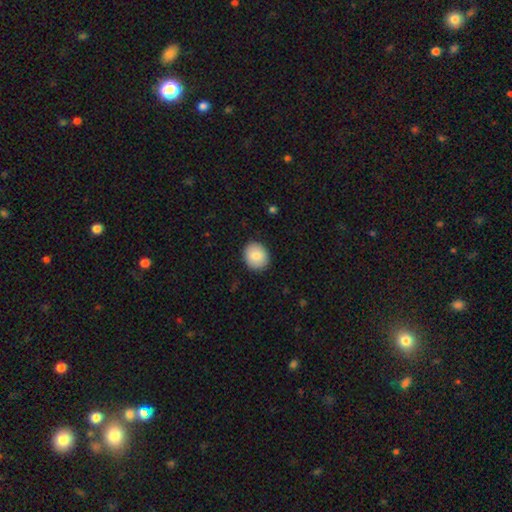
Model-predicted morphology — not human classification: Smooth or featured: smooth — 86% (featured or disk — 7%)
How rounded: round — 72% (in between — 27%)
Merging: none — 89% (minor disturbance — 8%)